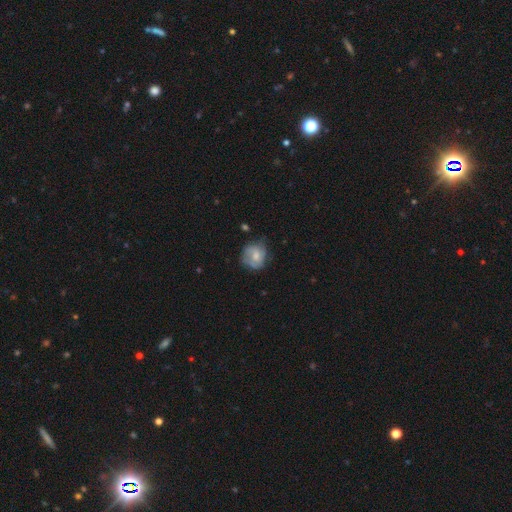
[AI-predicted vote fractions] The model was most divided on "smooth or featured": smooth: 53%, featured or disk: 39%, star or artifact: 8%. More confident: how rounded — round (73%); merging — none (55%).